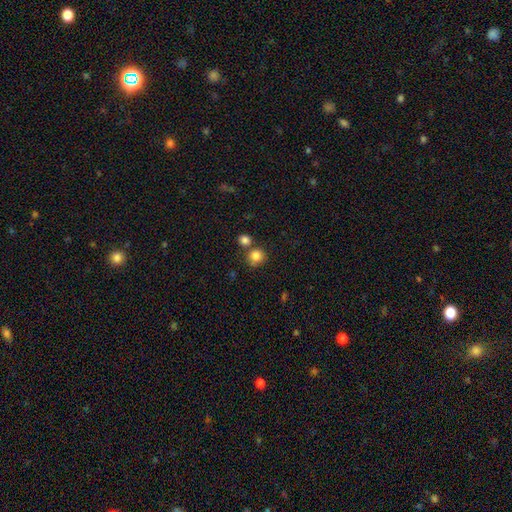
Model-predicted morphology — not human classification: The model was most divided on "merging": none: 69%, merger: 19%, minor disturbance: 9%, major disturbance: 3%. More confident: how rounded — round (89%); smooth or featured — smooth (84%).